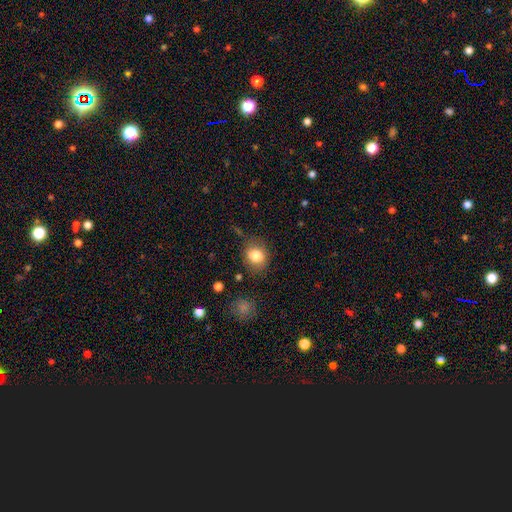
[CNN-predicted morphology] This is clearly a smooth galaxy (82%). How rounded: likely round (67%). Merging: likely none (76%).